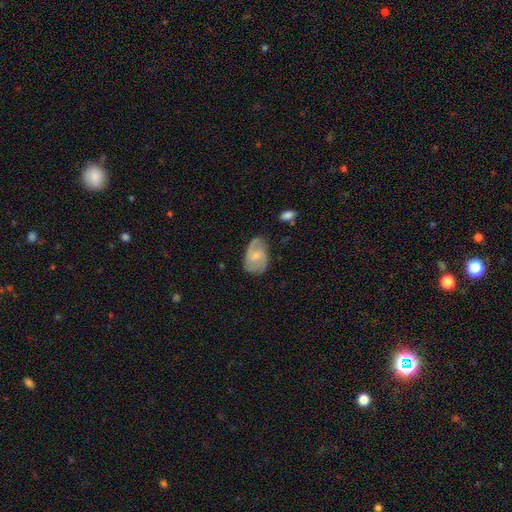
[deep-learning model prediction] Overall: featured or disk (65%; smooth 29%). Edge-on disk: no (97%). Bar: weak (48%; no 44%). Spiral arms: yes (89%). Spiral arm count: 2 (75%). Spiral winding: medium (47%; loose 31%). Bulge size: small (53%; moderate 33%). Merging: none (63%; minor disturbance 26%).